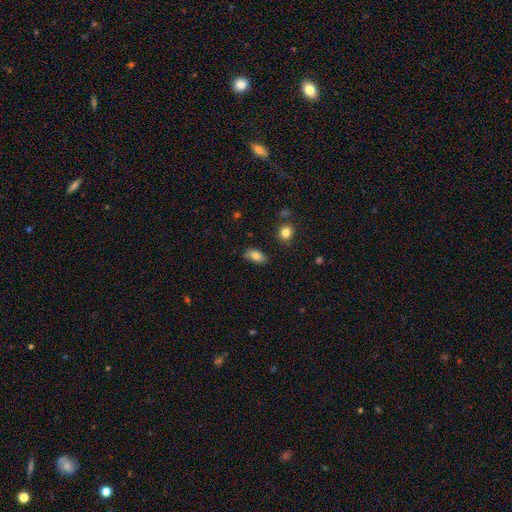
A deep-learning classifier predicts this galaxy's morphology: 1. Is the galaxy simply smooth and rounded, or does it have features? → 81% smooth, 10% featured or disk, 9% star or artifact.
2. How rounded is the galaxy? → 89% in between, 6% round, 5% cigar-shaped.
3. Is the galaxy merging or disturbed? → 79% none, 16% minor disturbance, 3% major disturbance, 2% merger.